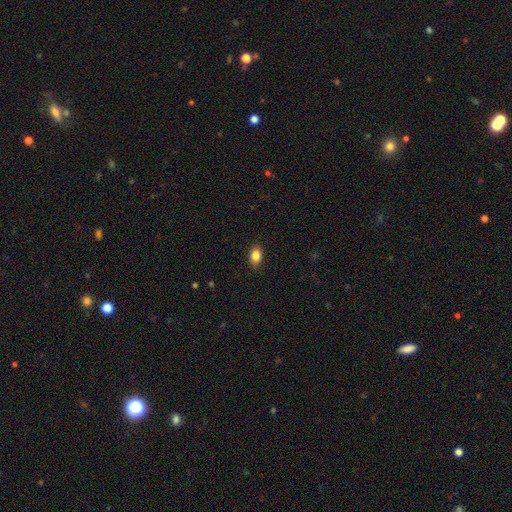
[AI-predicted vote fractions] Smooth or featured? smooth (86%)
How rounded? in between (81%)
Merging? none (88%)